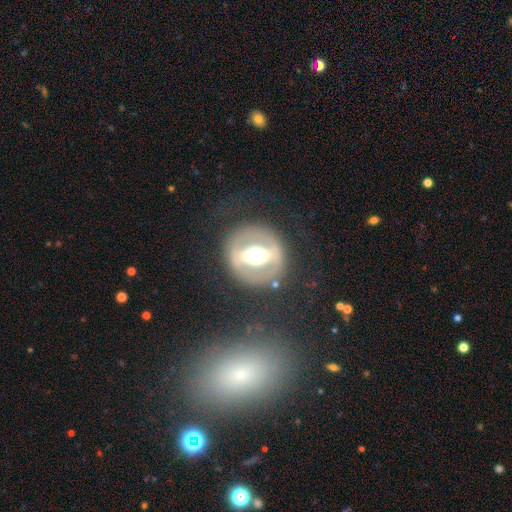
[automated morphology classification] smooth-or-featured: featured or disk: 67% | smooth: 25% | star or artifact: 8%
  disk-edge-on: no: 90% | yes: 10%
    bar: strong: 60% | weak: 22% | no: 18%
    has-spiral-arms: no: 75% | yes: 25%
    bulge-size: moderate: 45% | large: 40% | dominant: 11% | small: 3% | none: 1%
  merging: none: 76% | minor disturbance: 12% | major disturbance: 10% | merger: 2%